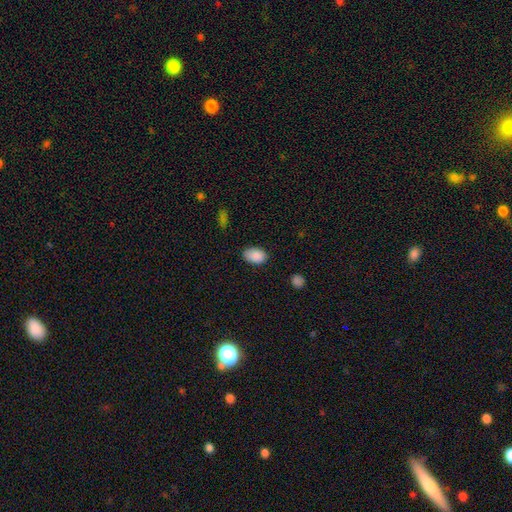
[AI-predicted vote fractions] Smooth or featured? smooth (89%)
How rounded? in between (87%)
Merging? none (80%)